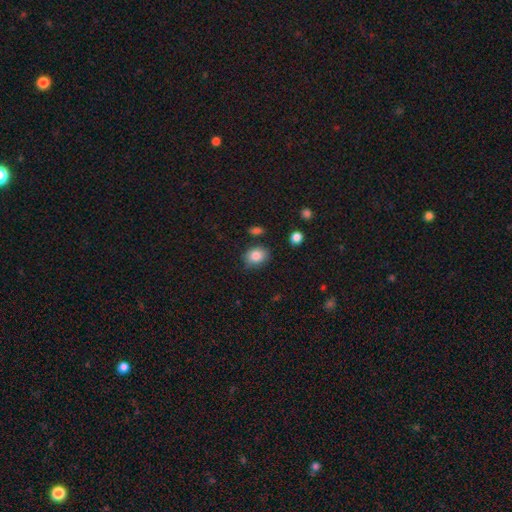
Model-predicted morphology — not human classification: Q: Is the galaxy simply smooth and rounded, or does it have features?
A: smooth — 84%.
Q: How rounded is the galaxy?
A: in between — 52%.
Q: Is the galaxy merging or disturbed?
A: none — 77%.